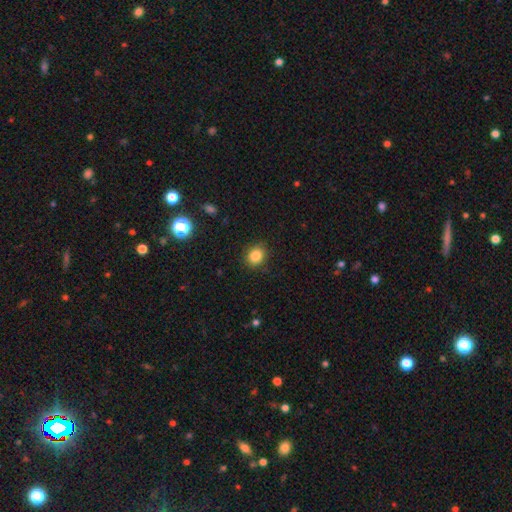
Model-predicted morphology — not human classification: Smooth or featured? smooth (84%)
How rounded? round (66%)
Merging? none (87%)